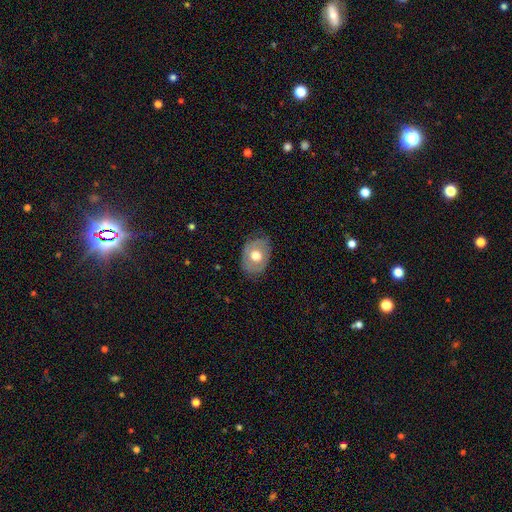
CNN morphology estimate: Smooth or featured?
  - smooth: 56% *
  - featured or disk: 37%
  - star or artifact: 7%
How rounded?
  - in between: 70% *
  - round: 29%
  - cigar-shaped: 1%
Merging?
  - none: 73% *
  - minor disturbance: 21%
  - major disturbance: 6%
  - merger: 1%